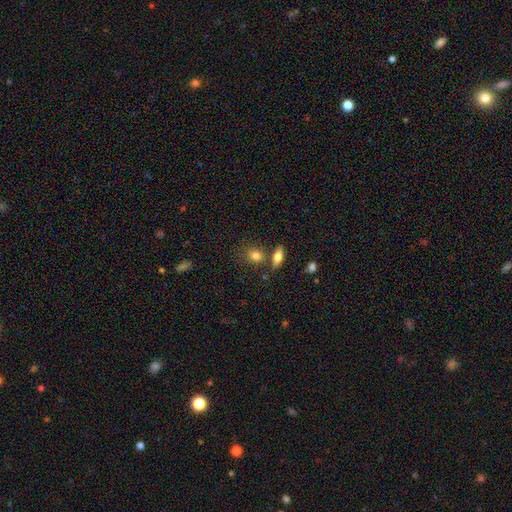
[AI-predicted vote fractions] smooth_or_featured: smooth (p=0.79) [alt: featured or disk p=0.11]
how_rounded: in between (p=0.52) [alt: round p=0.44]
merging: none (p=0.65) [alt: merger p=0.18]